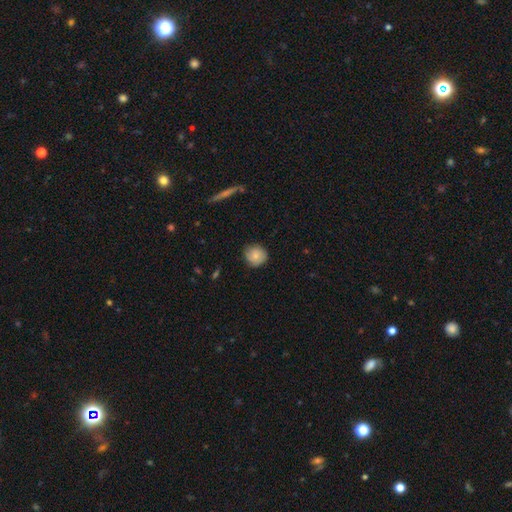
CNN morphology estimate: Overall: smooth (76%). How rounded: round (89%). Merging: none (78%).